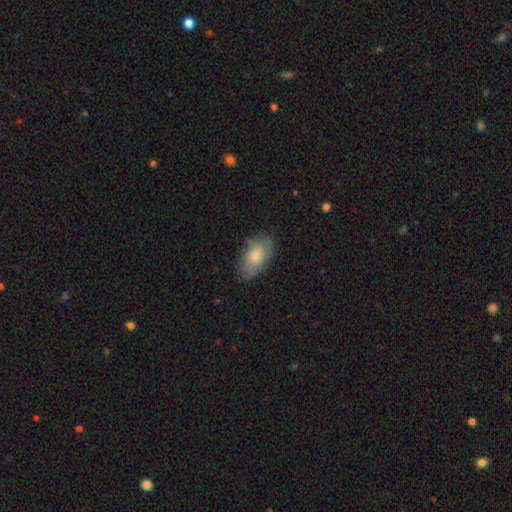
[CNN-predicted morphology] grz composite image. It shows a smooth galaxy with no disk features (73%) that is in between round and cigar-shaped (92%). Merging: none (78%).